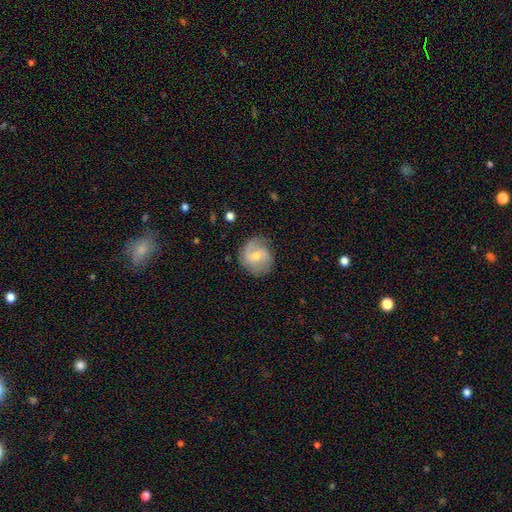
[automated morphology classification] Smooth or featured?
  - featured or disk: 68% *
  - smooth: 26%
  - star or artifact: 6%
Edge-on disk?
  - no: 97% *
  - yes: 3%
Bar?
  - weak: 47% *
  - no: 44%
  - strong: 9%
Spiral arms?
  - yes: 92% *
  - no: 8%
Spiral winding?
  - medium: 46% *
  - loose: 29%
  - tight: 25%
Spiral arm count?
  - 2: 74% *
  - 1: 10%
  - can't tell: 10%
  - 3: 3%
  - 4: 1%
  - more than 4: 1%
Bulge size?
  - moderate: 50% *
  - small: 45%
  - large: 2%
  - none: 2%
  - dominant: 1%
Merging?
  - none: 76% *
  - minor disturbance: 16%
  - major disturbance: 6%
  - merger: 1%